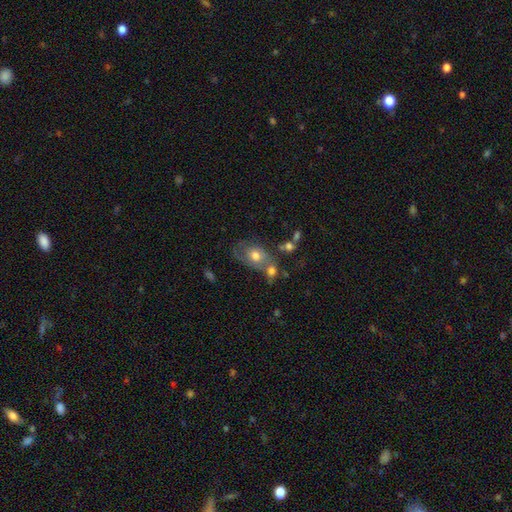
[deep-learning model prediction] Smooth or featured? Predicted: smooth (p=0.58). How rounded? Predicted: in between (p=0.69). Merging? Predicted: none (p=0.36).